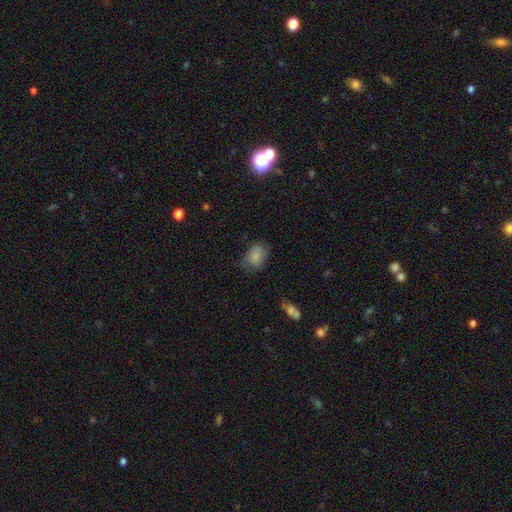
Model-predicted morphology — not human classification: The model was most divided on "merging": none: 56%, minor disturbance: 31%, major disturbance: 12%, merger: 2%. More confident: smooth or featured — smooth (81%); how rounded — in between (70%).